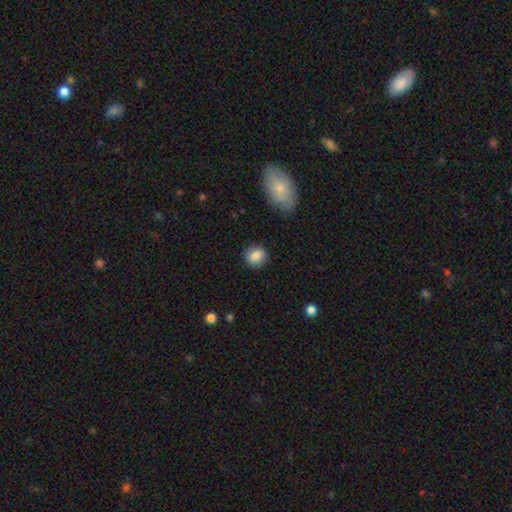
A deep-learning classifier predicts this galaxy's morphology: A smooth galaxy with no disk features (83%) that is round (78%). Merging: none (87%).